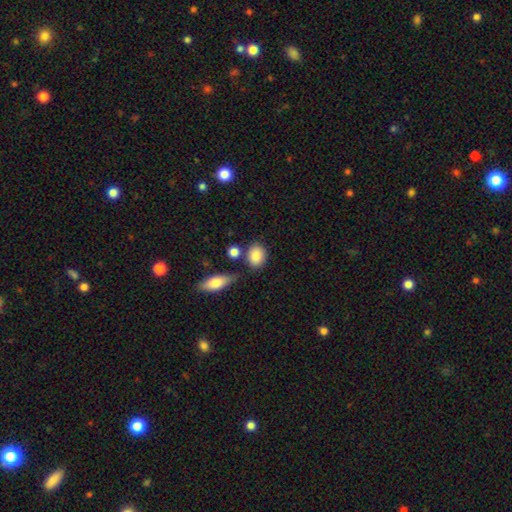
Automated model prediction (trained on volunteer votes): Smooth or featured: smooth — 87% (star or artifact — 7%)
How rounded: in between — 57% (round — 41%)
Merging: none — 73% (minor disturbance — 13%)